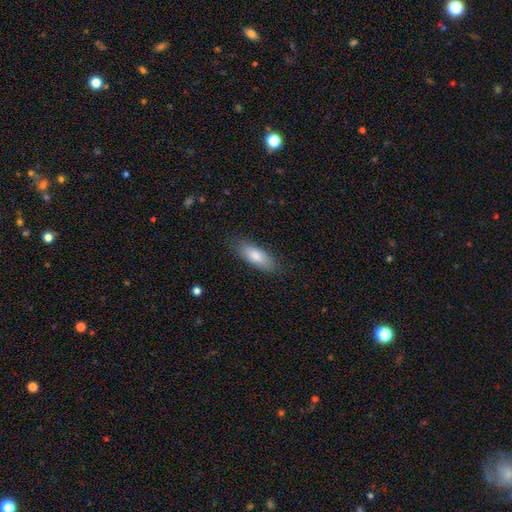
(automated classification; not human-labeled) A smooth galaxy with no disk features (80%) that is in between round and cigar-shaped (71%). Merging: none (82%).